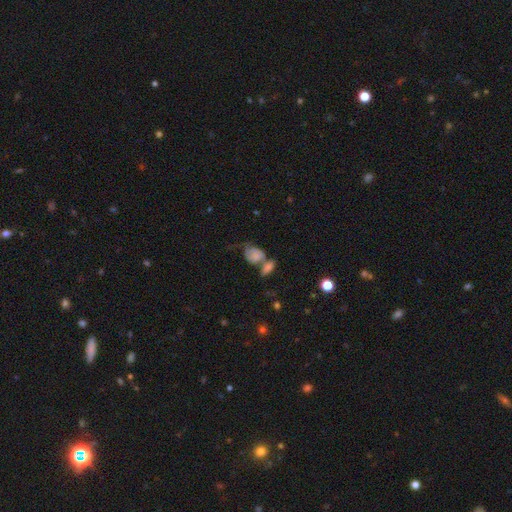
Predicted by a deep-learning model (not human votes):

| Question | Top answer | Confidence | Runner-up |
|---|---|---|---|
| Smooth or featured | smooth | 69% | featured or disk (21%) |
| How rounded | in between | 66% | round (31%) |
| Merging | merger | 49% | none (25%) |